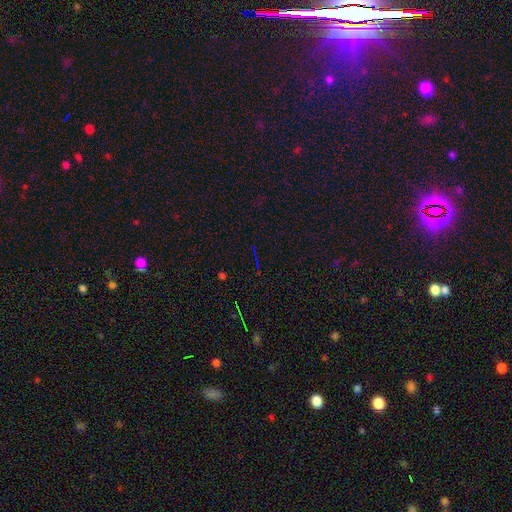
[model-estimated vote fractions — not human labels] Smooth or featured?
  - star or artifact: 74% *
  - featured or disk: 13%
  - smooth: 13%